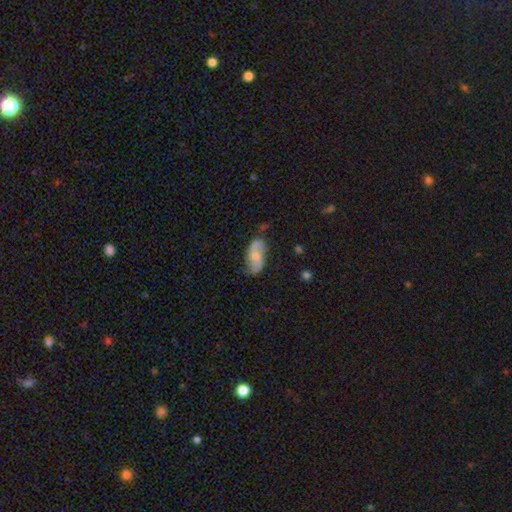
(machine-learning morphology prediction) smooth_or_featured: featured or disk (p=0.61) [alt: smooth p=0.33]
disk_edge_on: no (p=0.94) [alt: yes p=0.06]
bar: no (p=0.54) [alt: weak p=0.35]
has_spiral_arms: yes (p=0.86) [alt: no p=0.14]
bulge_size: moderate (p=0.51) [alt: small p=0.40]
merging: none (p=0.67) [alt: minor disturbance p=0.22]